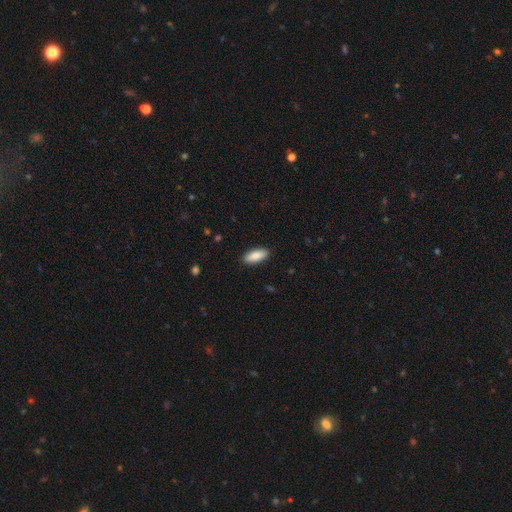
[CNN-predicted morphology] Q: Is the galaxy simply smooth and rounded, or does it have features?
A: smooth — 89%.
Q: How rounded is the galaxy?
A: in between — 81%.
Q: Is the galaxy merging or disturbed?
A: none — 90%.